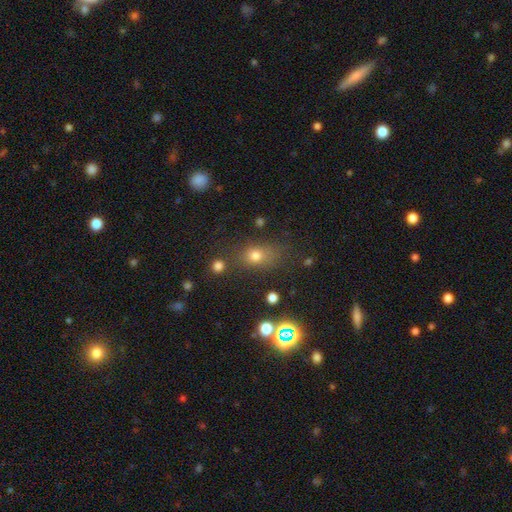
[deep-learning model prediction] smooth_or_featured: smooth (p=0.65) [alt: star or artifact p=0.24]
how_rounded: in between (p=0.55) [alt: round p=0.42]
merging: none (p=0.70) [alt: minor disturbance p=0.16]